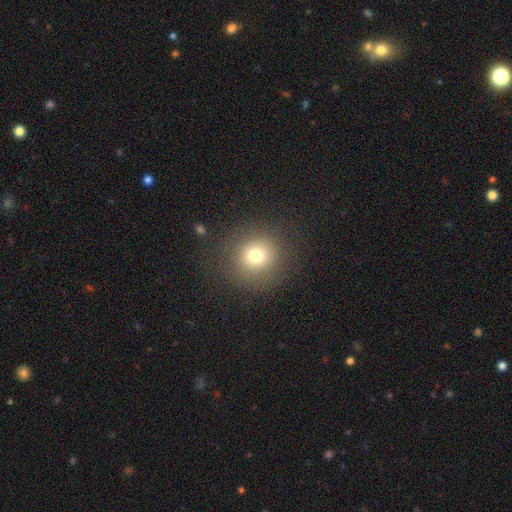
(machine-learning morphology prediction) smooth_or_featured: smooth (p=0.74) [alt: star or artifact p=0.15]
how_rounded: round (p=0.92) [alt: in between p=0.07]
merging: none (p=0.86) [alt: minor disturbance p=0.08]